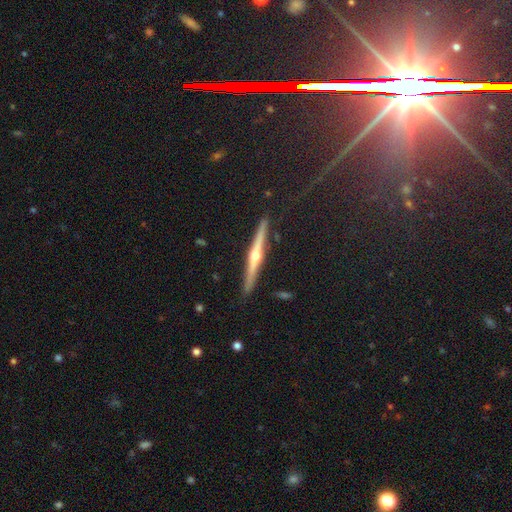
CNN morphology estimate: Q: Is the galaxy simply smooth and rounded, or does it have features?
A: featured or disk — 80%.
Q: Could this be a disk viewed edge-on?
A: yes — 98%.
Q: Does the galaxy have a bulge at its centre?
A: rounded — 93%.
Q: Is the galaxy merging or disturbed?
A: none — 91%.